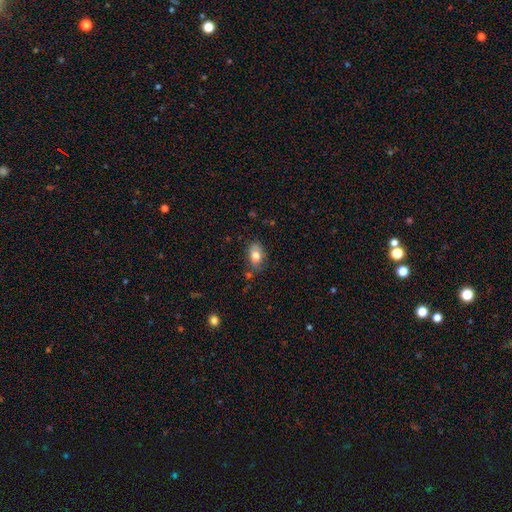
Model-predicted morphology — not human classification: smooth-or-featured: smooth: 78% | featured or disk: 14% | star or artifact: 8%
  how-rounded: in between: 84% | round: 14% | cigar-shaped: 2%
  merging: none: 62% | minor disturbance: 26% | major disturbance: 7% | merger: 5%